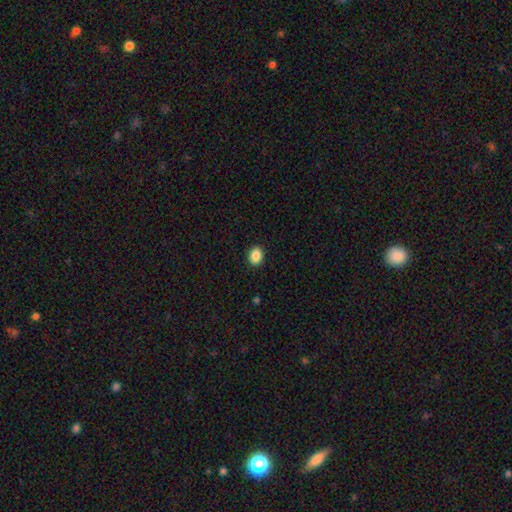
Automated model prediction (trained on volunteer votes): Smooth or featured: smooth — 89% (star or artifact — 8%)
How rounded: in between — 65% (round — 34%)
Merging: none — 91% (minor disturbance — 7%)